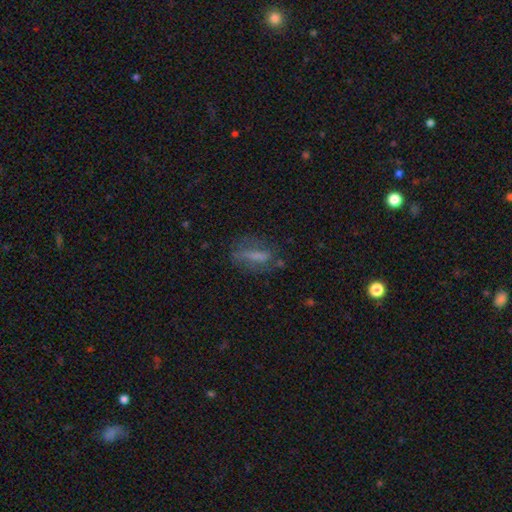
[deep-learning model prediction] Q: Smooth or featured?
A: smooth (52%); runner-up: featured or disk (35%)
Q: How rounded?
A: cigar-shaped (55%); runner-up: in between (40%)
Q: Merging?
A: none (62%); runner-up: minor disturbance (22%)